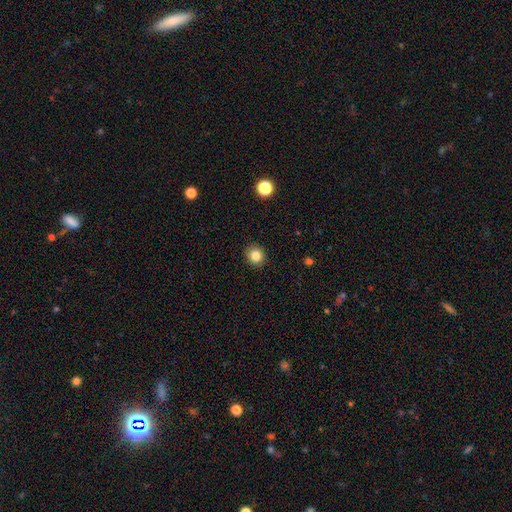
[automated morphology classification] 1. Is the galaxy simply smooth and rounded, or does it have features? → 84% smooth, 11% star or artifact, 5% featured or disk.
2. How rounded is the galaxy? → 83% round, 16% in between, 1% cigar-shaped.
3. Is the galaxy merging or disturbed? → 91% none, 7% minor disturbance, 2% major disturbance, 1% merger.